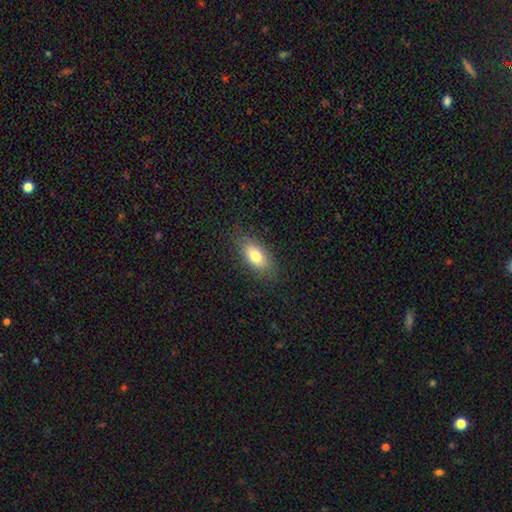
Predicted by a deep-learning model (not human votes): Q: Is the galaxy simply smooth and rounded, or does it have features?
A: smooth — 76%.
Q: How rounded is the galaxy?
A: in between — 84%.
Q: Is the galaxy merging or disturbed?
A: none — 81%.